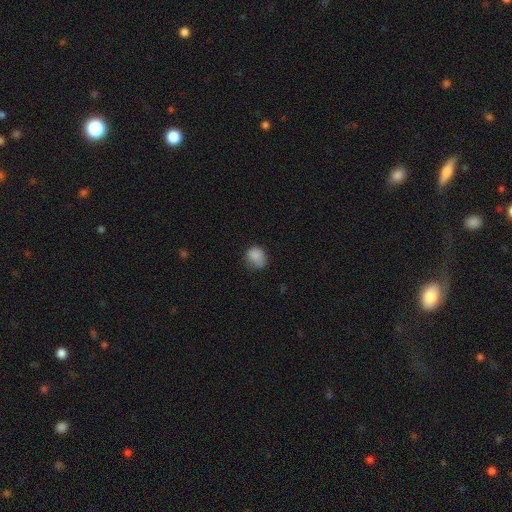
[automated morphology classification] This is clearly a smooth galaxy (84%). How rounded: likely round (66%). Merging: likely none (60%).